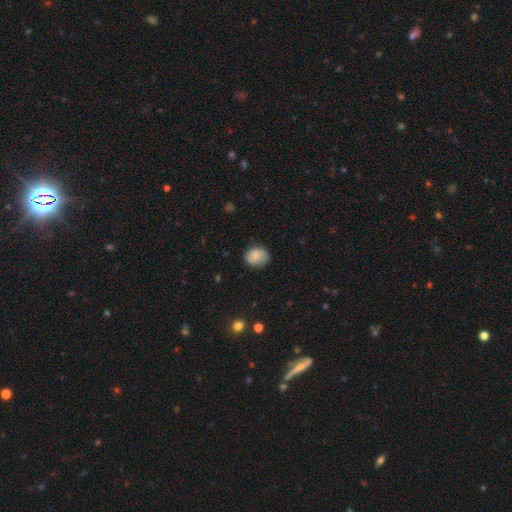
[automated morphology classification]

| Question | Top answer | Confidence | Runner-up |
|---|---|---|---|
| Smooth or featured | smooth | 81% | featured or disk (11%) |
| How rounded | round | 57% | in between (42%) |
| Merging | none | 73% | minor disturbance (21%) |